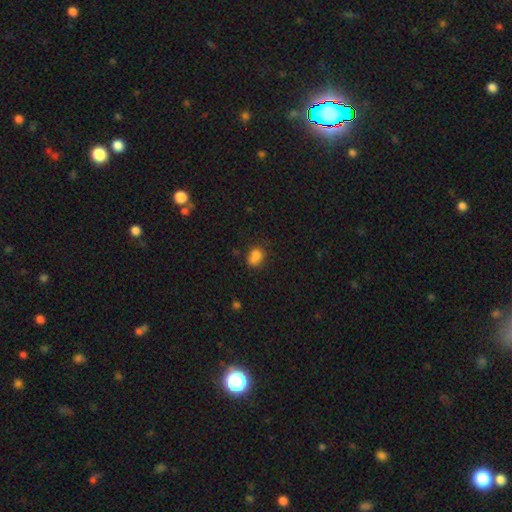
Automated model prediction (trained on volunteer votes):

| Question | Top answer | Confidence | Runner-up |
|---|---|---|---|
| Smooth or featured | smooth | 78% | star or artifact (12%) |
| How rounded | in between | 51% | round (48%) |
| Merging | none | 47% | minor disturbance (24%) |